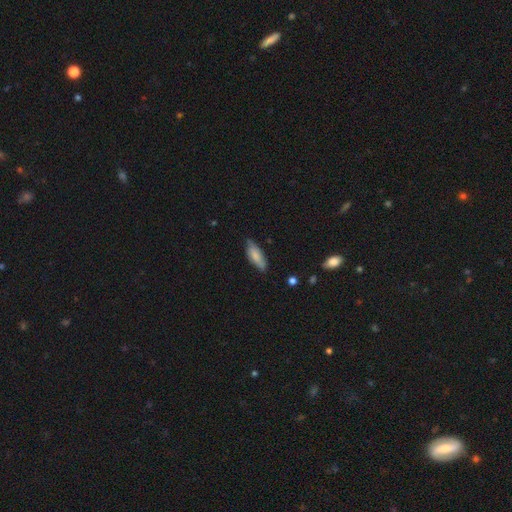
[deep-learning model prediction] Q: Smooth or featured?
A: smooth (77%); runner-up: featured or disk (17%)
Q: How rounded?
A: in between (62%); runner-up: cigar-shaped (36%)
Q: Merging?
A: none (74%); runner-up: minor disturbance (21%)